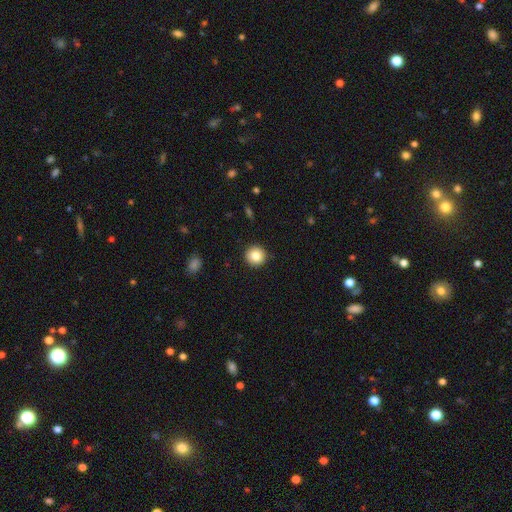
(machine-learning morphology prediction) smooth-or-featured: smooth: 84% | star or artifact: 9% | featured or disk: 7%
  how-rounded: round: 95% | in between: 4% | cigar-shaped: 1%
  merging: none: 92% | minor disturbance: 5% | major disturbance: 2% | merger: 1%